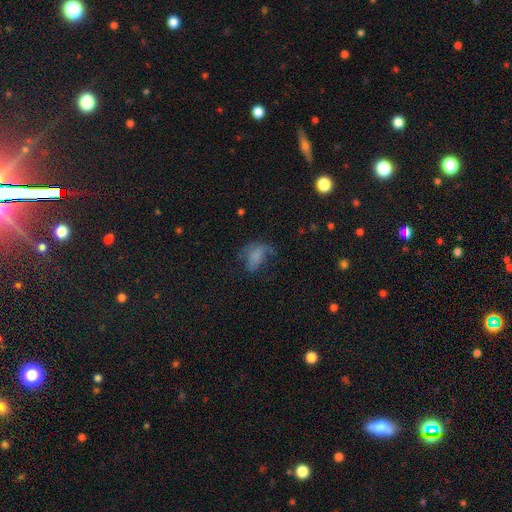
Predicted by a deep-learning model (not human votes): Morphology: type=smooth (51%); roundness=in between (84%); merging=major disturbance (46%).